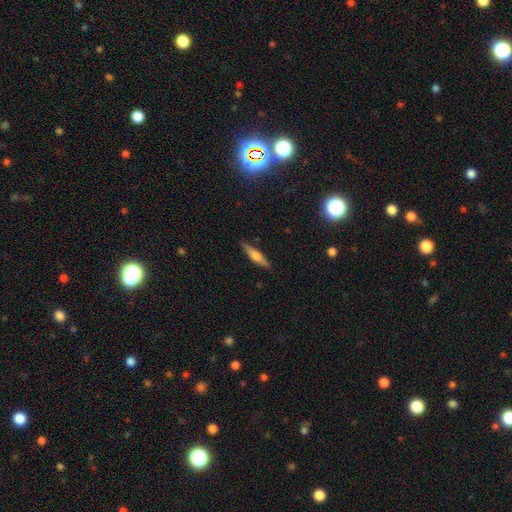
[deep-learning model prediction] Smooth or featured?
  - featured or disk: 48% *
  - smooth: 46%
  - star or artifact: 7%
Merging?
  - none: 87% *
  - minor disturbance: 10%
  - major disturbance: 2%
  - merger: 1%